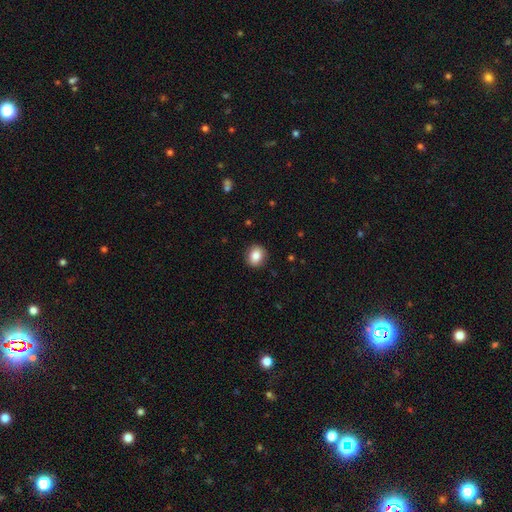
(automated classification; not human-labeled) Smooth or featured: smooth — 84% (star or artifact — 9%)
How rounded: round — 69% (in between — 30%)
Merging: none — 90% (minor disturbance — 8%)